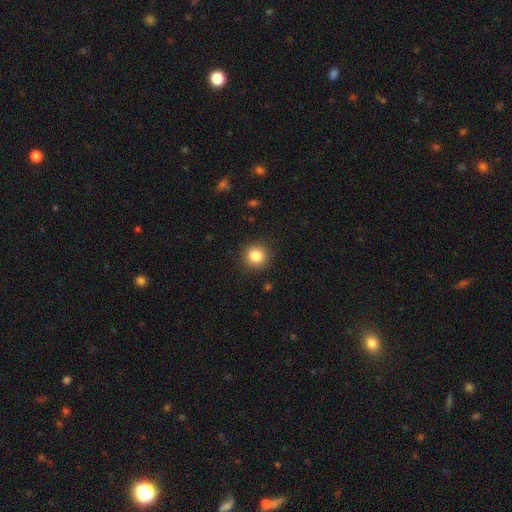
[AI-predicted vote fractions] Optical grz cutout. It shows a smooth galaxy with no disk features (84%) that is round (92%). Merging: none (90%).